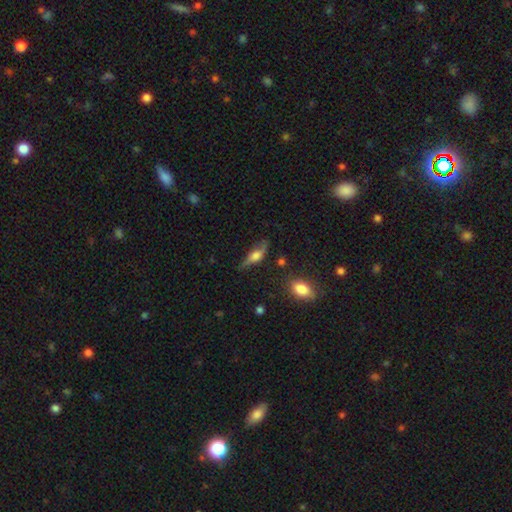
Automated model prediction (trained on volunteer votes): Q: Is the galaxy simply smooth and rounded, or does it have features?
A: featured or disk — 53%.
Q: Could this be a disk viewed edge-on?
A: yes — 78%.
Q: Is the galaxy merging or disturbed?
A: none — 64%.